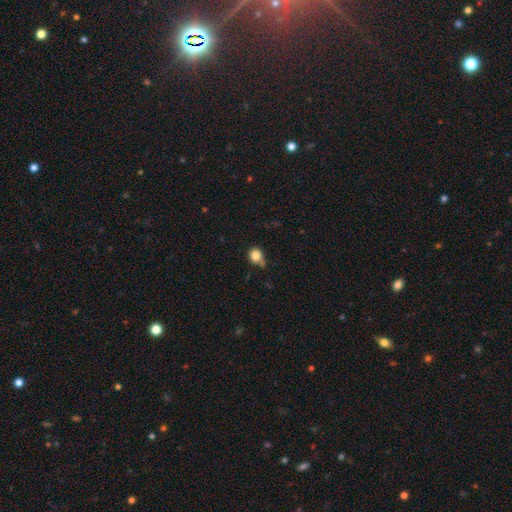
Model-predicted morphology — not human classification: Q: Smooth or featured?
A: smooth (81%); runner-up: star or artifact (11%)
Q: How rounded?
A: round (78%); runner-up: in between (21%)
Q: Merging?
A: none (54%); runner-up: minor disturbance (27%)